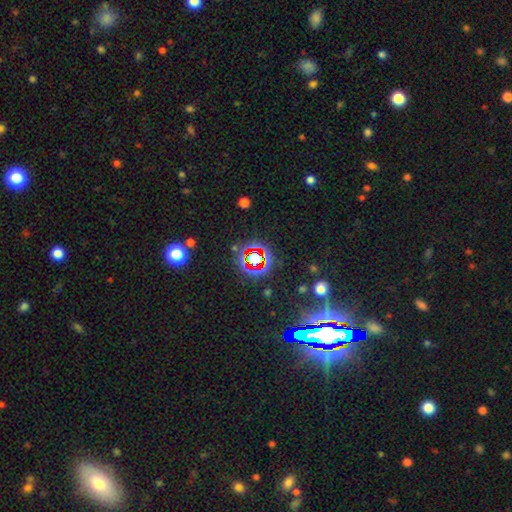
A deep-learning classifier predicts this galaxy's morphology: A star or artifact, not a galaxy (72%).

Vote fractions:
- Smooth or featured? star or artifact: 72% / smooth: 17% / featured or disk: 11%